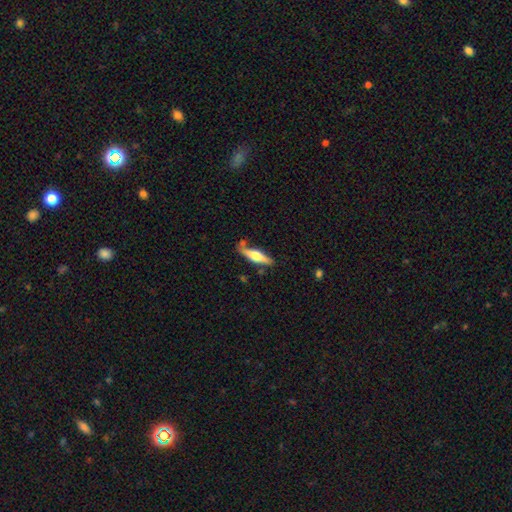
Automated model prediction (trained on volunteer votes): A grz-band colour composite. It shows a featured or disk galaxy (51%) viewed edge-on (92%). Merging: none (76%).